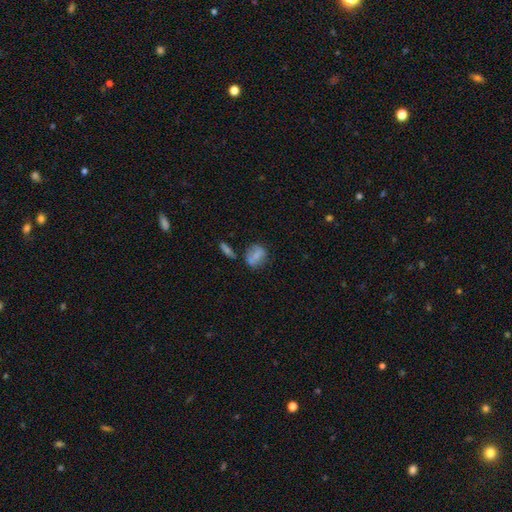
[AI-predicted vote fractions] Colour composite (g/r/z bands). It shows a smooth galaxy with no disk features (70%) that is in between round and cigar-shaped (53%). Merging: none (55%).